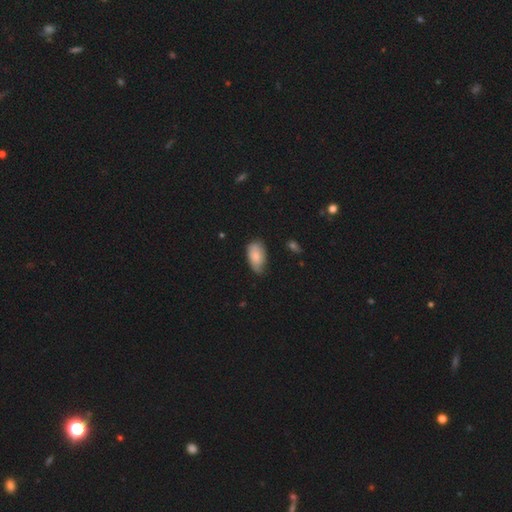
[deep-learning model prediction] A smooth galaxy with no disk features (80%) that is in between round and cigar-shaped (94%). Merging: none (60%).